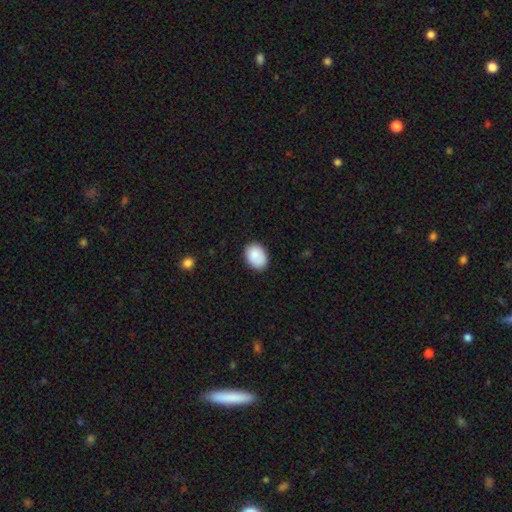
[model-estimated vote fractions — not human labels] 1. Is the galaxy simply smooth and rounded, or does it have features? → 85% smooth, 7% featured or disk, 7% star or artifact.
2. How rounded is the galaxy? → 73% in between, 26% round, 1% cigar-shaped.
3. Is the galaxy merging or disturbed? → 79% none, 16% minor disturbance, 3% major disturbance, 1% merger.